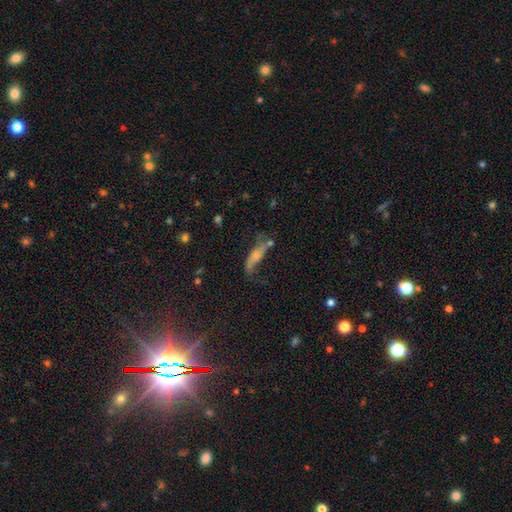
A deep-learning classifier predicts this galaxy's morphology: This appears to be a smooth galaxy with no disk features (51%) that is cigar-shaped (57%). Merging: none (35%).